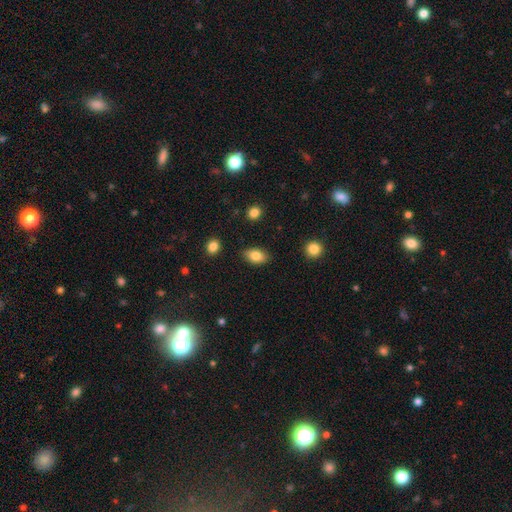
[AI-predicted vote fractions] A smooth galaxy with no disk features (83%) that is in between round and cigar-shaped (88%).

Vote fractions:
- Smooth or featured? smooth: 83% / featured or disk: 9% / star or artifact: 8%
- How rounded? in between: 88% / round: 9% / cigar-shaped: 2%
- Merging? none: 85% / minor disturbance: 11% / major disturbance: 2% / merger: 2%